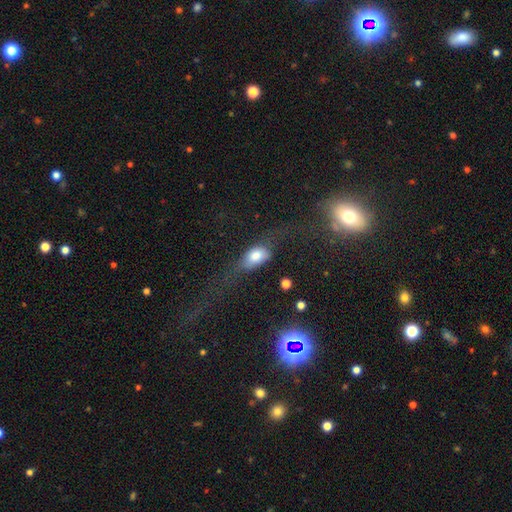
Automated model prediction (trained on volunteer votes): The model was most divided on "merging": major disturbance: 37%, none: 35%, minor disturbance: 23%, merger: 5%. More confident: how rounded — in between (81%); smooth or featured — smooth (70%).